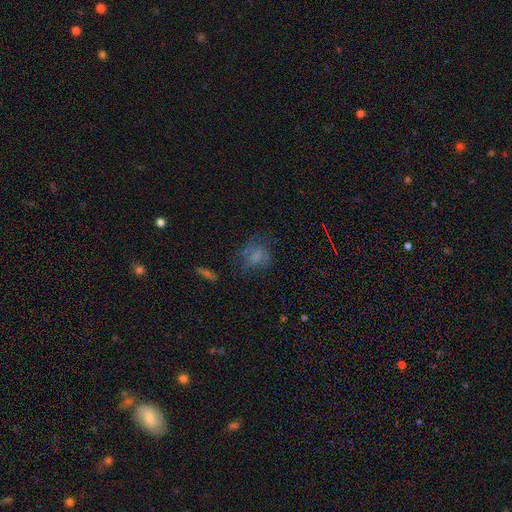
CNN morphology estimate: This is possibly a smooth galaxy (58%). How rounded: possibly in between (53%). Merging: possibly none (53%).